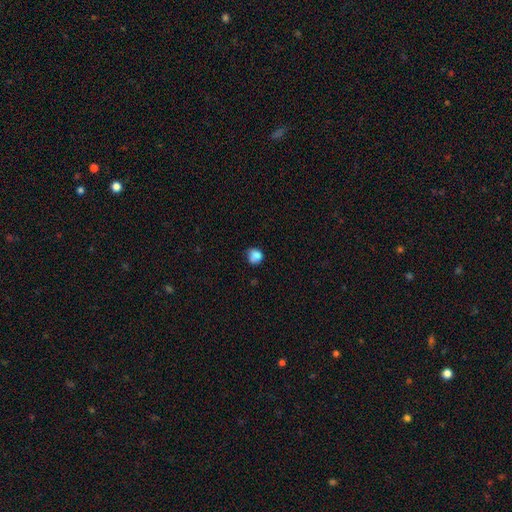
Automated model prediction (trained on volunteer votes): Smooth or featured: smooth — 84% (star or artifact — 10%)
How rounded: round — 79% (in between — 20%)
Merging: none — 58% (minor disturbance — 31%)